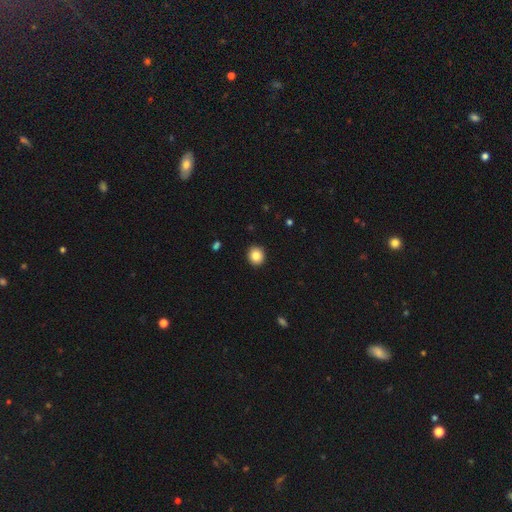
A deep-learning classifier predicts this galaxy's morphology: smooth 85%, star or artifact 9%, featured or disk 6%. Down the decision tree: how rounded — round (87%); merging — none (92%).